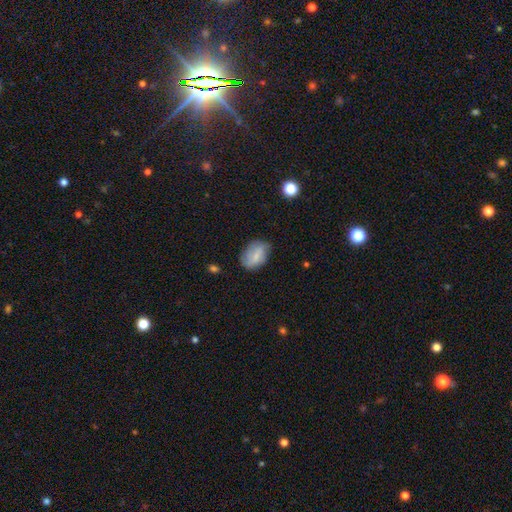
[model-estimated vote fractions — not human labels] smooth 61%, featured or disk 31%, star or artifact 8%. Down the decision tree: how rounded — in between (80%); merging — none (65%).